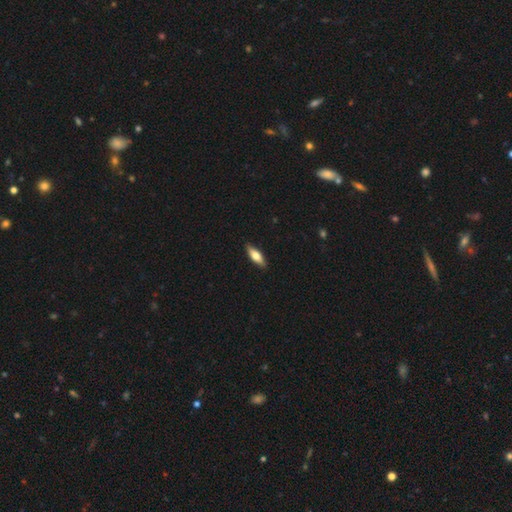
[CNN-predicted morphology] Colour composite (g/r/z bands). It shows a smooth galaxy with no disk features (61%) that is in between round and cigar-shaped (54%). Merging: none (89%).